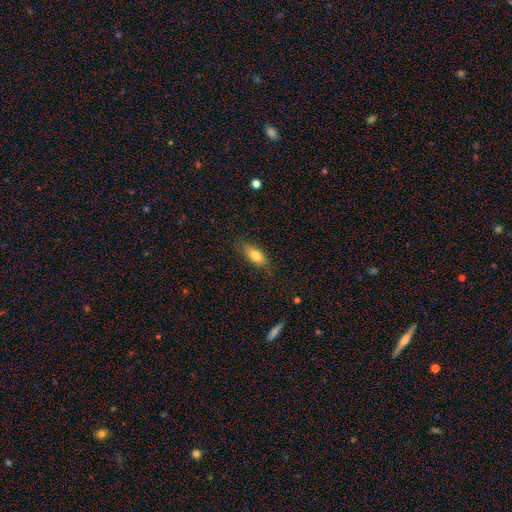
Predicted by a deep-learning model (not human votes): Smooth or featured: smooth — 79% (featured or disk — 14%)
How rounded: in between — 83% (cigar-shaped — 13%)
Merging: none — 79% (minor disturbance — 16%)